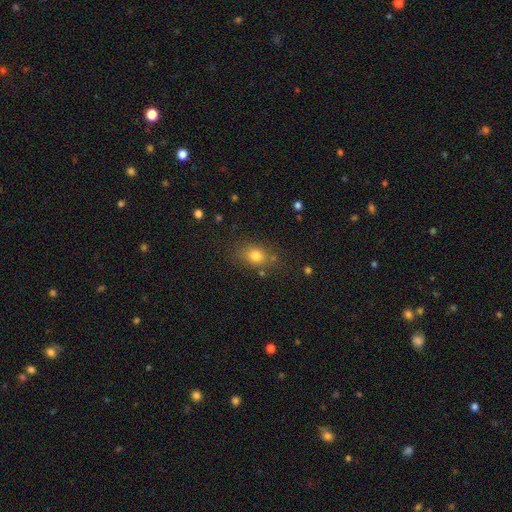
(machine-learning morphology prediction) Smooth or featured?
  - smooth: 78% *
  - star or artifact: 13%
  - featured or disk: 9%
How rounded?
  - in between: 56% *
  - round: 43%
  - cigar-shaped: 2%
Merging?
  - none: 74% *
  - minor disturbance: 15%
  - major disturbance: 6%
  - merger: 5%